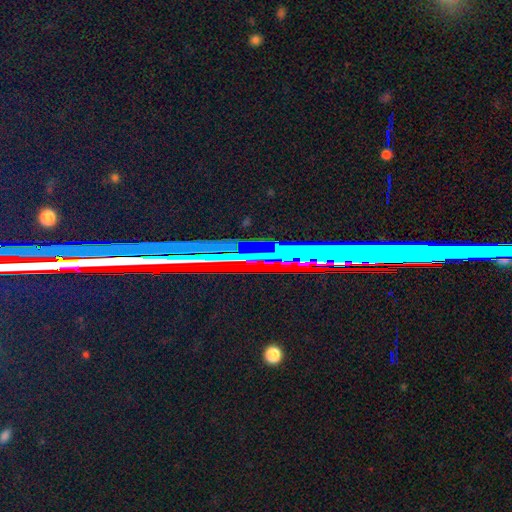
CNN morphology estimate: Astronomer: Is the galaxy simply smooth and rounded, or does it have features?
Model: star or artifact — 62%.